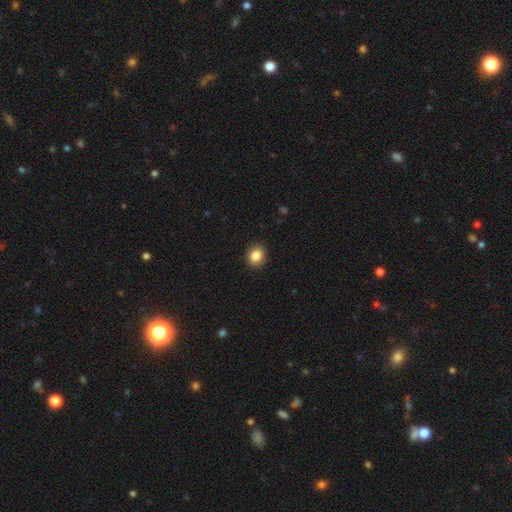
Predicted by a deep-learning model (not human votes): The model was most divided on "how rounded": round: 55%, in between: 44%, cigar-shaped: 1%. More confident: merging — none (91%); smooth or featured — smooth (86%).